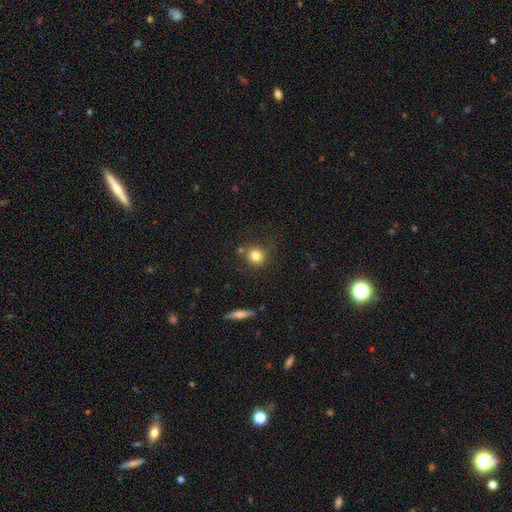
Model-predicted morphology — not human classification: This is clearly a smooth galaxy (81%). How rounded: clearly round (89%). Merging: likely none (76%).